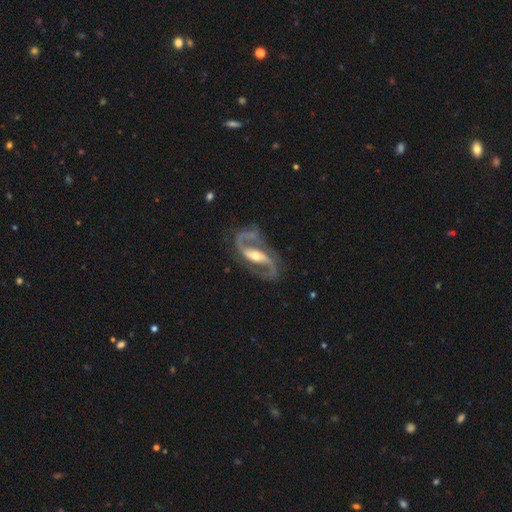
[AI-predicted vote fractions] A featured or disk galaxy (92%) with a strong bar (44%), 2 (94%) medium (48%) spiral arms (98%) and a moderate central bulge (63%). Merging: none (74%).